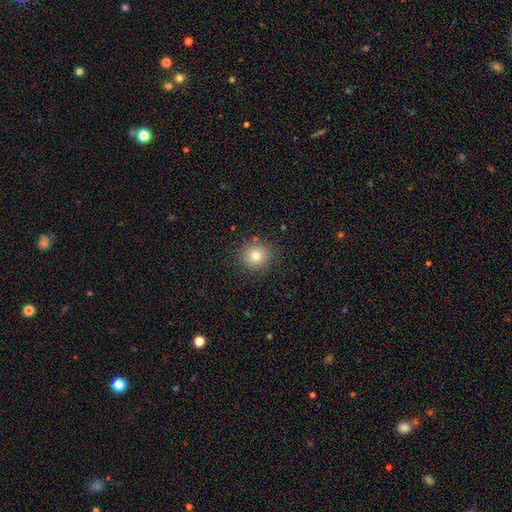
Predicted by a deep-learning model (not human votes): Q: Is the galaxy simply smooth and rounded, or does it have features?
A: smooth — 78%.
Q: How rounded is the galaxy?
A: round — 88%.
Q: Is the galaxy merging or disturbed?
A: none — 87%.